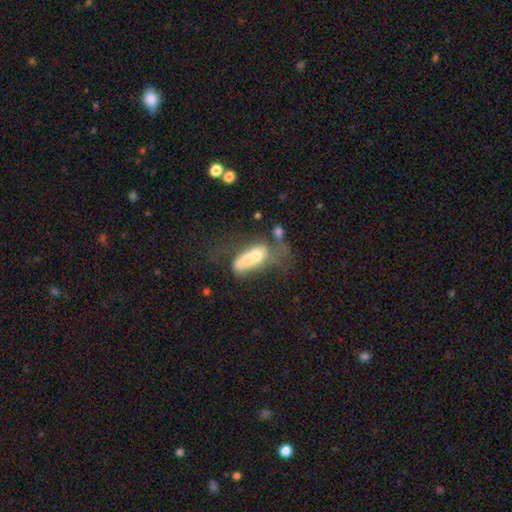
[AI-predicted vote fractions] Morphology: type=featured or disk (47%); merging=merger (44%).